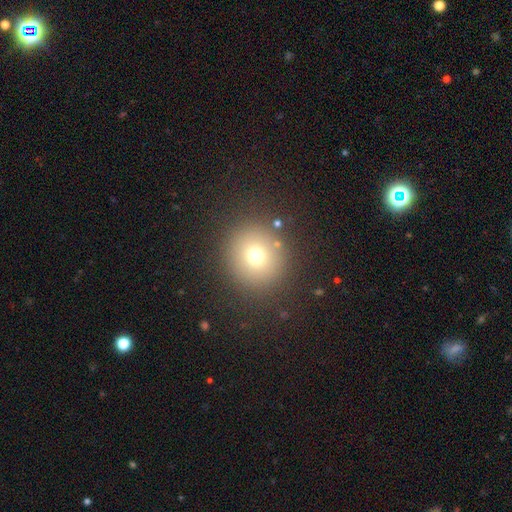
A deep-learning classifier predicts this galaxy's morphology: A smooth galaxy with no disk features (71%) that is round (91%).

Vote fractions:
- Smooth or featured? smooth: 71% / star or artifact: 18% / featured or disk: 11%
- How rounded? round: 91% / in between: 8% / cigar-shaped: 1%
- Merging? none: 87% / minor disturbance: 7% / major disturbance: 4% / merger: 2%